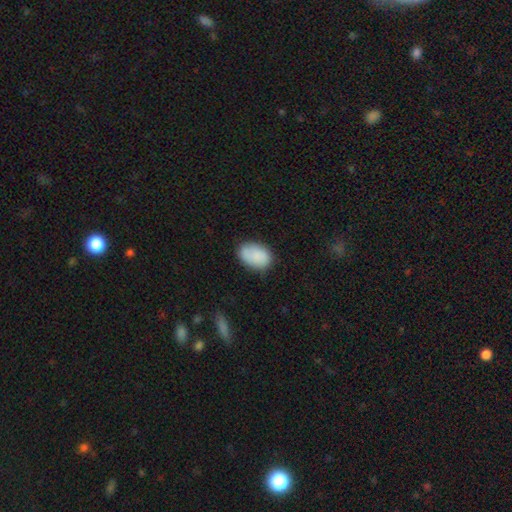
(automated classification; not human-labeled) Morphology: type=smooth (86%); roundness=in between (87%); merging=none (74%).